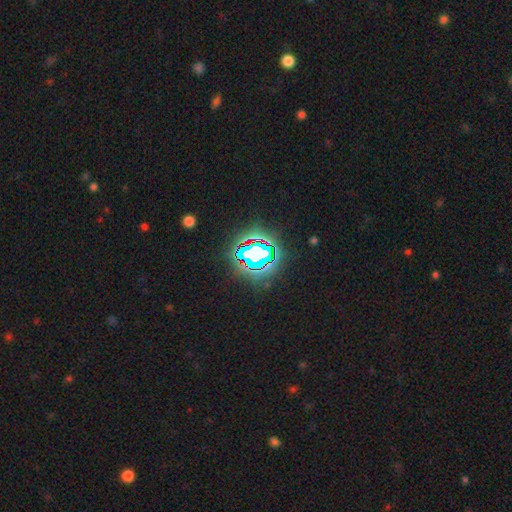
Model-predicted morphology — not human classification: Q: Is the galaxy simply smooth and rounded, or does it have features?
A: star or artifact — 70%.